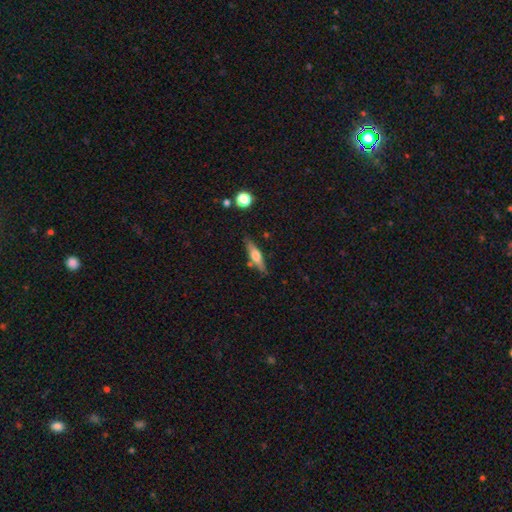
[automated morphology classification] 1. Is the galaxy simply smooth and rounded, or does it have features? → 49% smooth, 44% featured or disk, 7% star or artifact.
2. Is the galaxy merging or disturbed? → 78% none, 13% minor disturbance, 5% merger, 3% major disturbance.